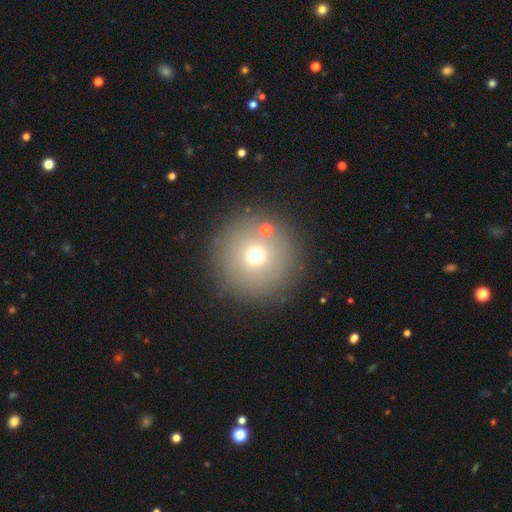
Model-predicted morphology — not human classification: This appears to be a smooth galaxy with no disk features (68%) that is round (96%). Merging: none (88%).